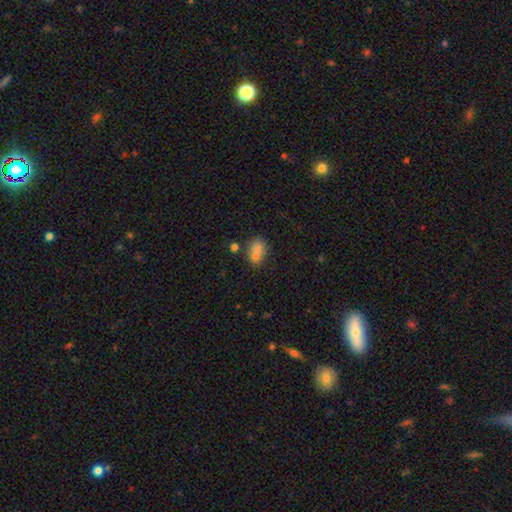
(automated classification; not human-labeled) smooth-or-featured: smooth: 70% | featured or disk: 17% | star or artifact: 13%
  how-rounded: in between: 50% | round: 48% | cigar-shaped: 1%
  merging: merger: 44% | none: 40% | minor disturbance: 11% | major disturbance: 5%